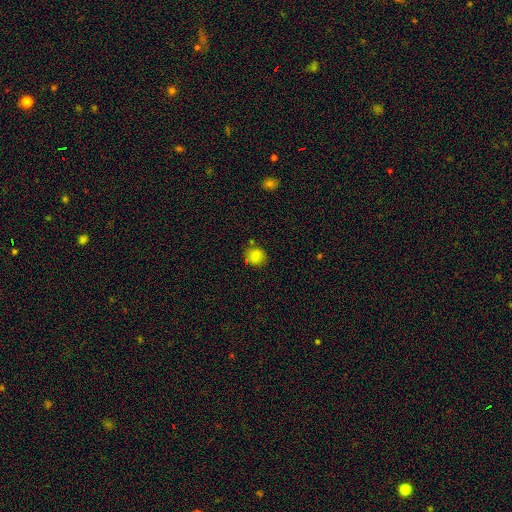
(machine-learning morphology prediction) smooth_or_featured: smooth (p=0.83) [alt: star or artifact p=0.12]
how_rounded: round (p=0.77) [alt: in between p=0.22]
merging: none (p=0.78) [alt: minor disturbance p=0.14]